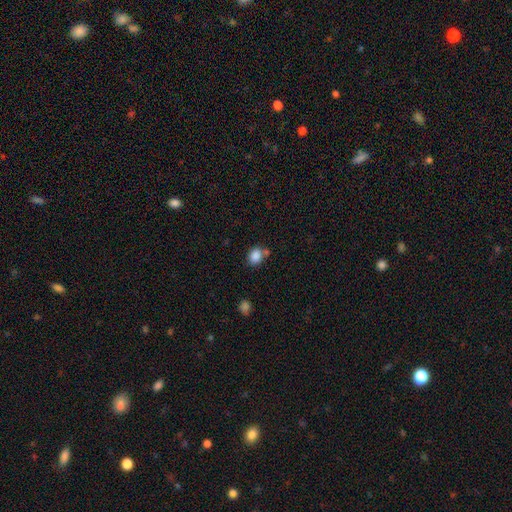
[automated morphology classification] Smooth or featured?
  - smooth: 86% *
  - star or artifact: 10%
  - featured or disk: 5%
How rounded?
  - round: 53% *
  - in between: 46%
  - cigar-shaped: 1%
Merging?
  - none: 65% *
  - merger: 17%
  - minor disturbance: 14%
  - major disturbance: 4%